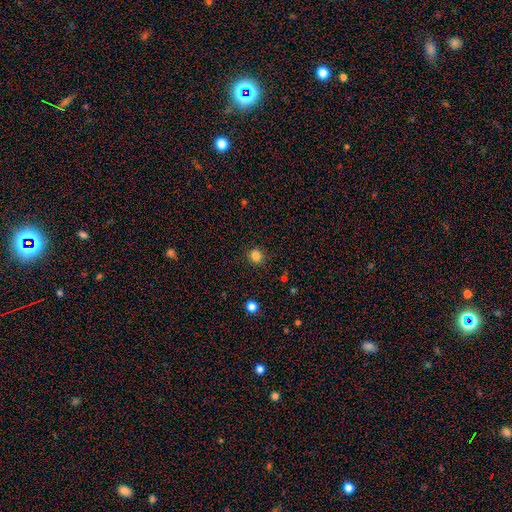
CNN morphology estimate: This is clearly a smooth galaxy (83%). How rounded: clearly round (85%). Merging: clearly none (89%).